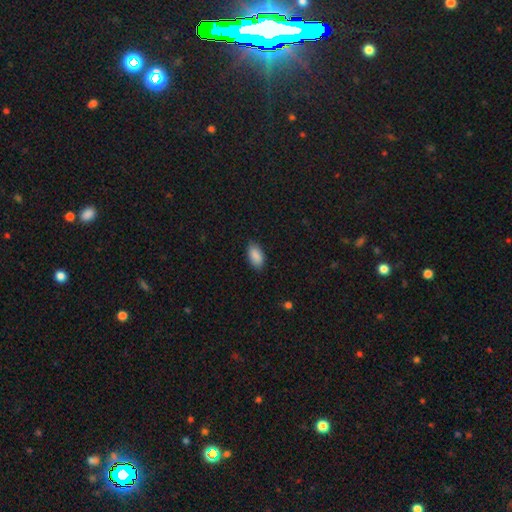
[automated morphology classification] Overall: smooth (89%). How rounded: in between (93%). Merging: none (85%).